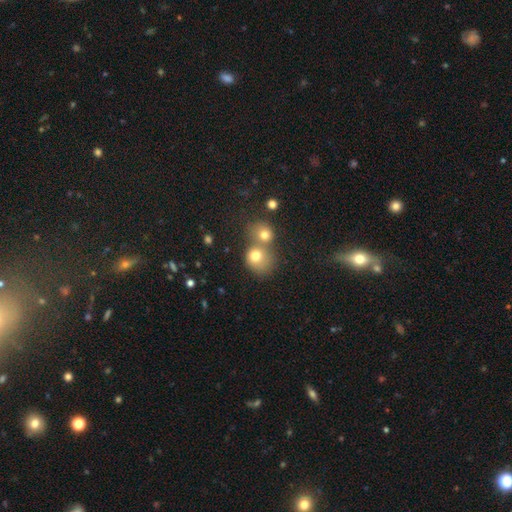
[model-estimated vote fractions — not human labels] A smooth galaxy with no disk features (75%) that is round (75%). Merging: merger (59%).